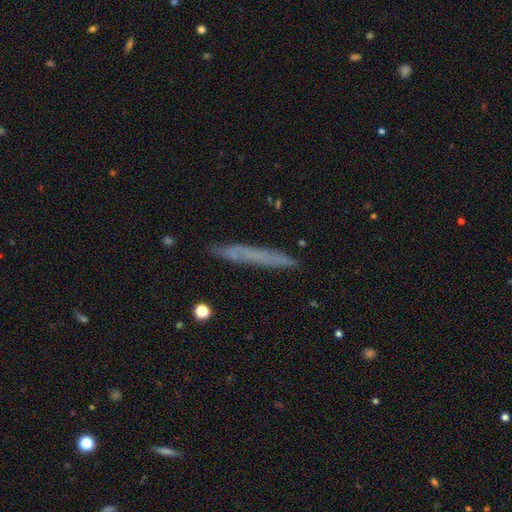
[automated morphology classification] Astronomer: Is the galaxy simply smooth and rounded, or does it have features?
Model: smooth — 57% (runner-up: featured or disk, 34%).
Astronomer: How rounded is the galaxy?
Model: cigar-shaped — 95%.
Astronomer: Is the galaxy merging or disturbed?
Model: none — 85%.